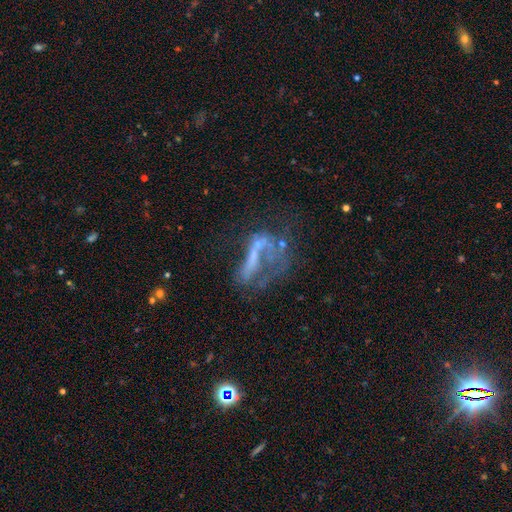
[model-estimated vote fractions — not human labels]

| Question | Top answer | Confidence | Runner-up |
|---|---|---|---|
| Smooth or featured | featured or disk | 57% | smooth (23%) |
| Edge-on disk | no | 90% | yes (10%) |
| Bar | no | 66% | strong (18%) |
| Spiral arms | no | 79% | yes (21%) |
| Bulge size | none | 67% | small (17%) |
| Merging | major disturbance | 43% | none (27%) |